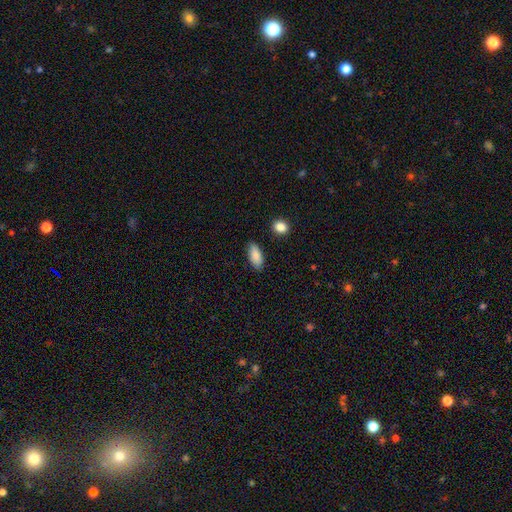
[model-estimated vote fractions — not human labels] Overall: smooth (86%). How rounded: in between (85%). Merging: none (86%).